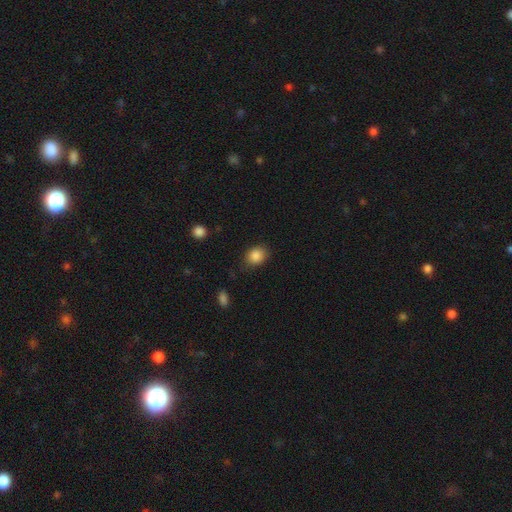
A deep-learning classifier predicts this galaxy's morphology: Overall: smooth (87%). How rounded: in between (50%; round 49%). Merging: none (78%).